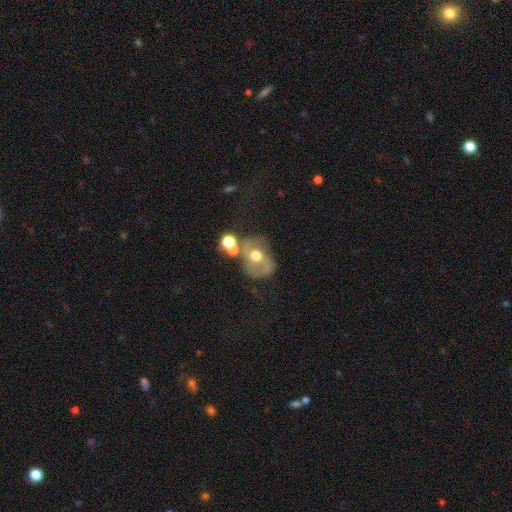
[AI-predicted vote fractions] Smooth or featured?
  - featured or disk: 58% *
  - smooth: 29%
  - star or artifact: 13%
Edge-on disk?
  - no: 96% *
  - yes: 4%
Bar?
  - no: 63% *
  - weak: 27%
  - strong: 11%
Spiral arms?
  - yes: 60% *
  - no: 40%
Bulge size?
  - moderate: 67% *
  - large: 20%
  - small: 8%
  - dominant: 3%
  - none: 2%
Merging?
  - none: 45% *
  - merger: 20%
  - minor disturbance: 19%
  - major disturbance: 16%